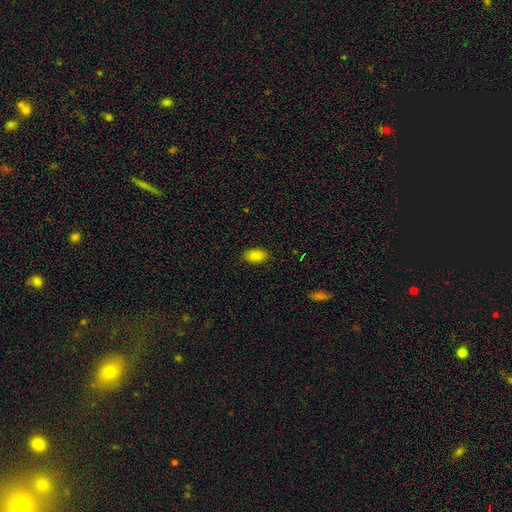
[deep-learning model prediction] A smooth galaxy with no disk features (87%) that is in between round and cigar-shaped (93%).

Vote fractions:
- Smooth or featured? smooth: 87% / star or artifact: 9% / featured or disk: 4%
- How rounded? in between: 93% / round: 5% / cigar-shaped: 2%
- Merging? none: 87% / minor disturbance: 10% / major disturbance: 2% / merger: 1%